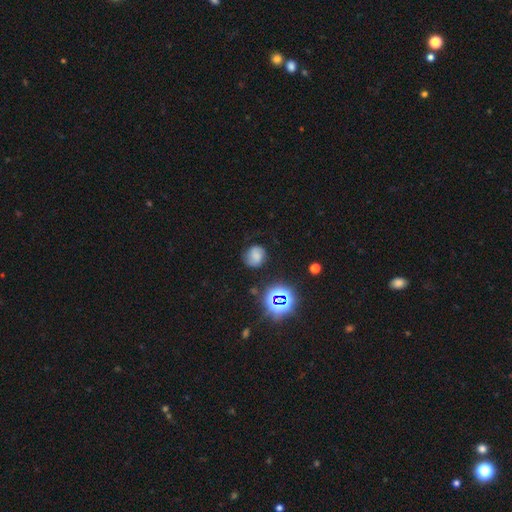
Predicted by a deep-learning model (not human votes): Smooth or featured: smooth — 62% (featured or disk — 19%)
How rounded: round — 71% (in between — 28%)
Merging: none — 71% (minor disturbance — 20%)